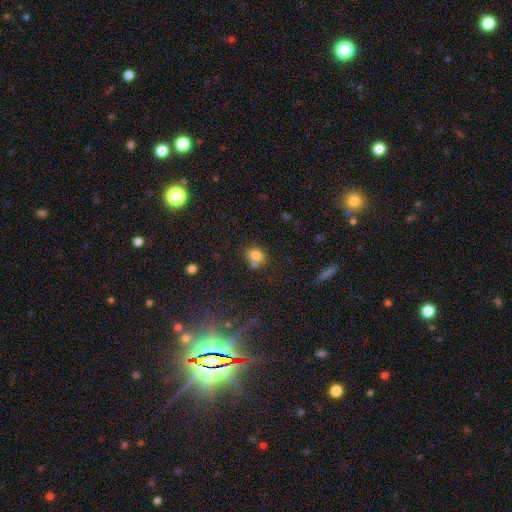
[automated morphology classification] The model was most divided on "how rounded": round: 64%, in between: 35%, cigar-shaped: 1%. More confident: smooth or featured — smooth (78%); merging — none (55%).